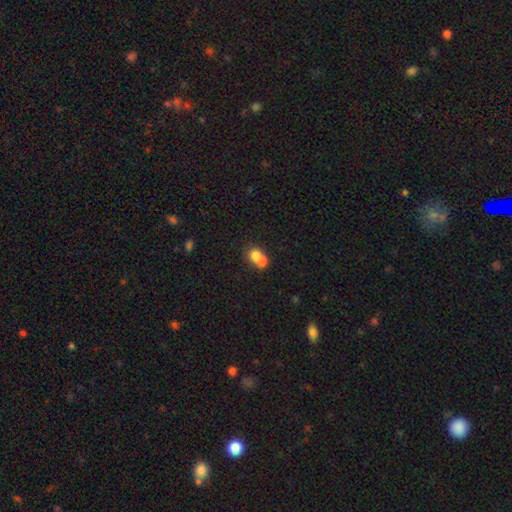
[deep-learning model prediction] Smooth or featured? Predicted: smooth (p=0.72). How rounded? Predicted: round (p=0.69). Merging? Predicted: merger (p=0.70).